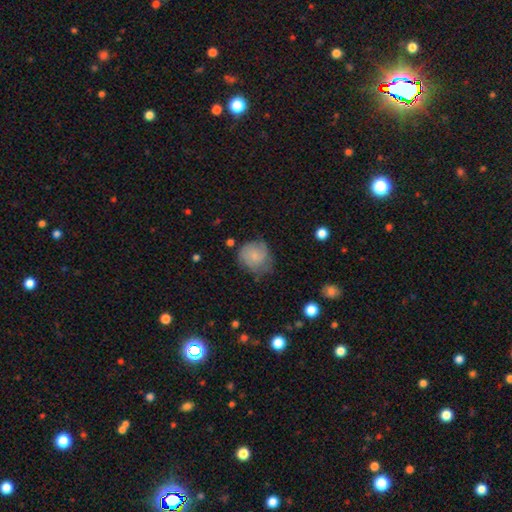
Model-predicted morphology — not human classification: This appears to be a smooth galaxy with no disk features (56%) that is round (78%). Merging: none (54%).